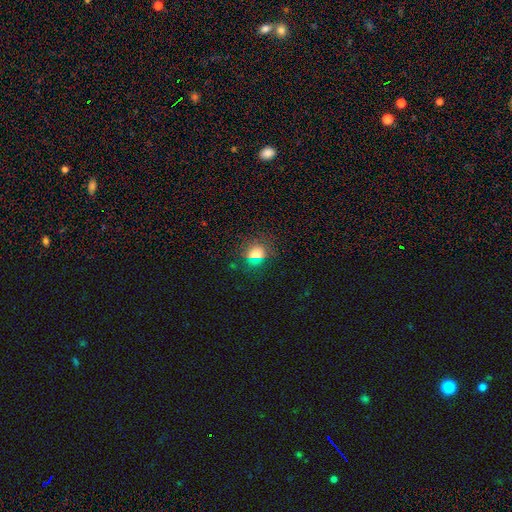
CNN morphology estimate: A smooth galaxy with no disk features (67%) that is round (74%). Merging: none (83%).